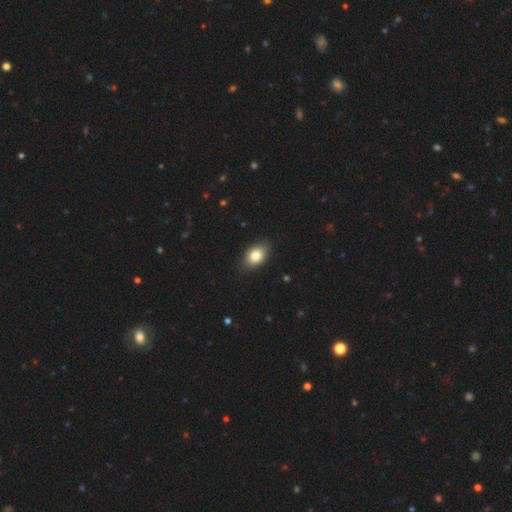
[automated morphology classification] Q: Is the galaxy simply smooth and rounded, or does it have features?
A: smooth — 82%.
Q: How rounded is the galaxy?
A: in between — 81%.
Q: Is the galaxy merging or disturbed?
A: none — 85%.